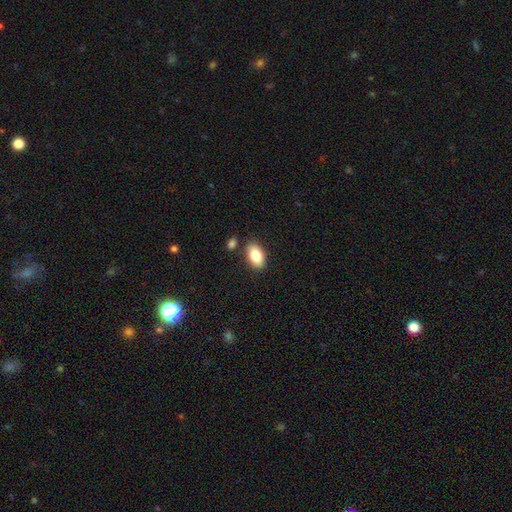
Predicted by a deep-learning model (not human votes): Morphology: type=smooth (85%); roundness=in between (92%); merging=none (81%).